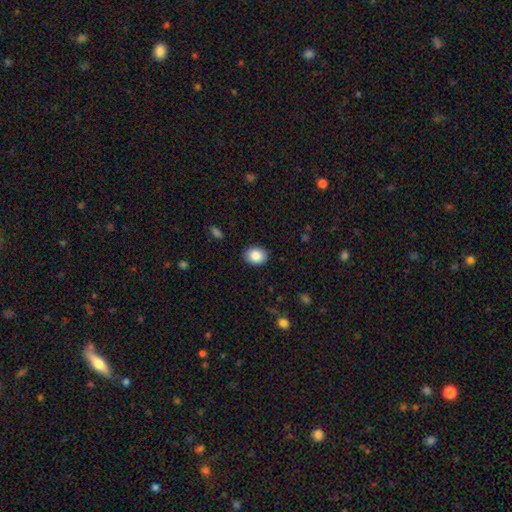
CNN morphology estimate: Smooth or featured: smooth — 87% (star or artifact — 8%)
How rounded: in between — 62% (round — 38%)
Merging: none — 87% (minor disturbance — 10%)